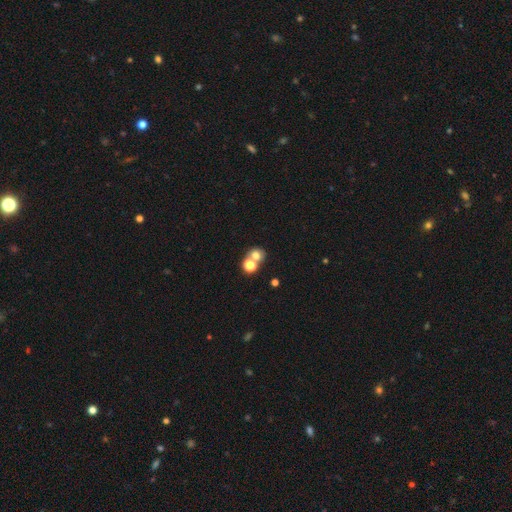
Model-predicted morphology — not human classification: Overall: smooth (70%). How rounded: round (69%; in between 30%). Merging: merger (50%; none 39%).